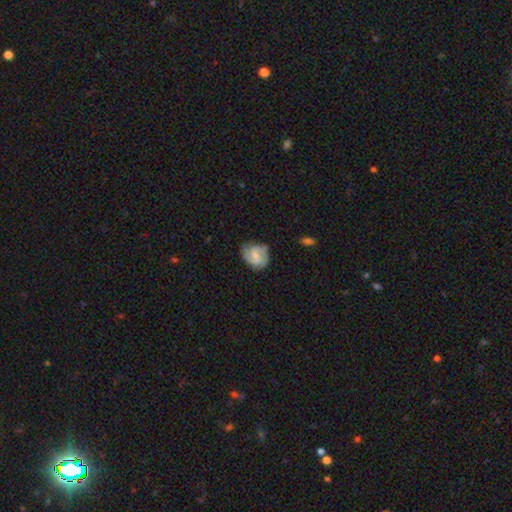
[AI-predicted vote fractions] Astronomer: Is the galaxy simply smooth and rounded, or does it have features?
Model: featured or disk — 63%.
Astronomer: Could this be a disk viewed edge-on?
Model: no — 98%.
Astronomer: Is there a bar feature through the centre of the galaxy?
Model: no — 49% (runner-up: weak, 42%).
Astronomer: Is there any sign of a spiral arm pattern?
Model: yes — 90%.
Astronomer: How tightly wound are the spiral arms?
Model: medium — 46% (runner-up: tight, 38%).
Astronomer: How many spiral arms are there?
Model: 2 — 43% (runner-up: 3, 29%).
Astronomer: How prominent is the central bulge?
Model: small — 55% (runner-up: moderate, 36%).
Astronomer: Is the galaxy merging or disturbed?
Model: none — 64%.